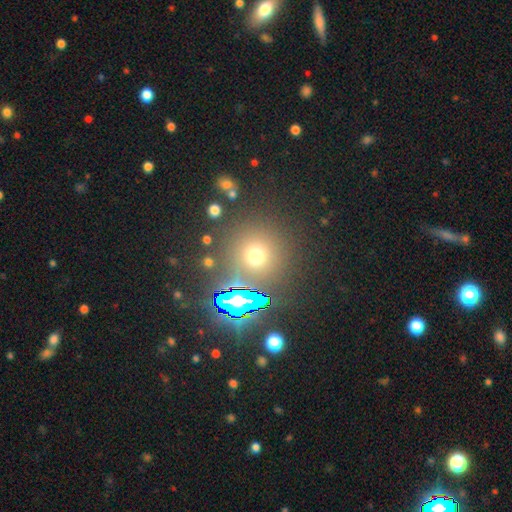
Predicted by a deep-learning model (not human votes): Smooth or featured? smooth (60%)
How rounded? round (93%)
Merging? none (82%)